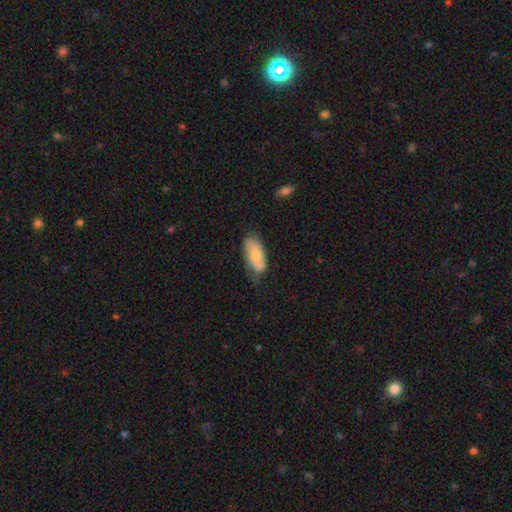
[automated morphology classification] smooth 61%, featured or disk 33%, star or artifact 6%. Down the decision tree: how rounded — in between (87%); merging — none (66%).